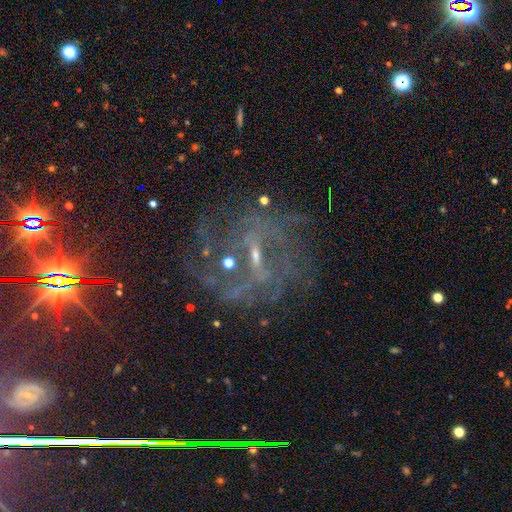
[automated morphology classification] Q: Smooth or featured?
A: featured or disk (75%); runner-up: star or artifact (18%)
Q: Edge-on disk?
A: no (96%); runner-up: yes (4%)
Q: Bar?
A: weak (47%); runner-up: strong (30%)
Q: Spiral arms?
A: yes (86%); runner-up: no (14%)
Q: Spiral winding?
A: medium (42%); runner-up: tight (33%)
Q: Spiral arm count?
A: can't tell (37%); runner-up: 2 (26%)
Q: Bulge size?
A: small (67%); runner-up: moderate (19%)
Q: Merging?
A: none (62%); runner-up: major disturbance (18%)